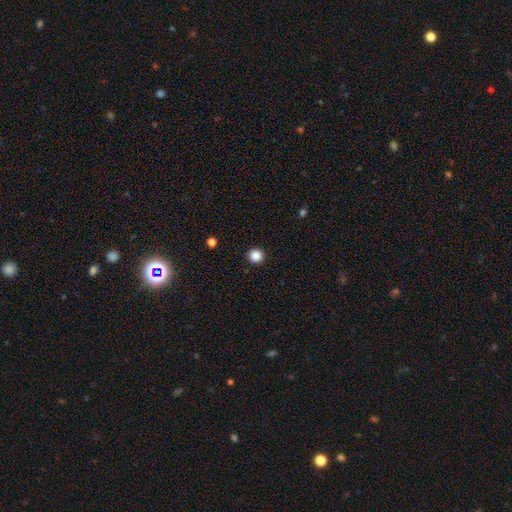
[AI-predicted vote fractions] Smooth or featured: smooth — 87% (star or artifact — 11%)
How rounded: round — 95% (in between — 4%)
Merging: none — 93% (minor disturbance — 4%)